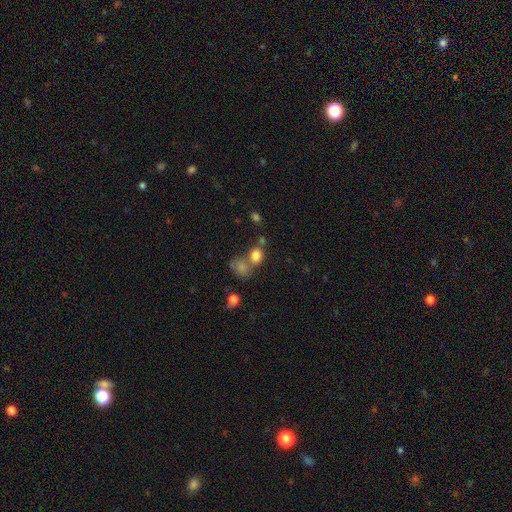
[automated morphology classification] This appears to be a smooth galaxy with no disk features (79%) that is round (57%). Merging: none (50%).